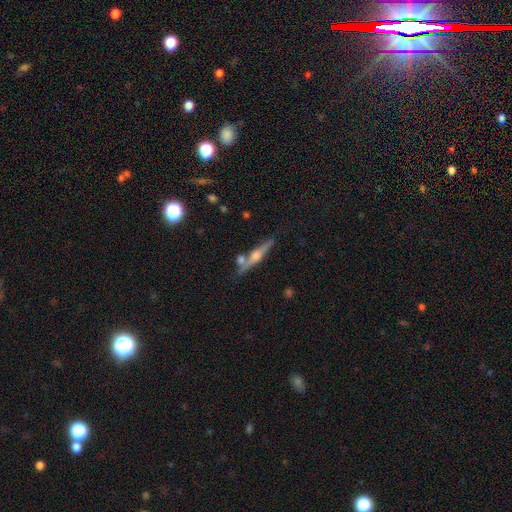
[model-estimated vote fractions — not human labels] This appears to be a featured or disk galaxy (69%) viewed edge-on (96%) with a rounded central bulge (89%). Merging: none (74%).